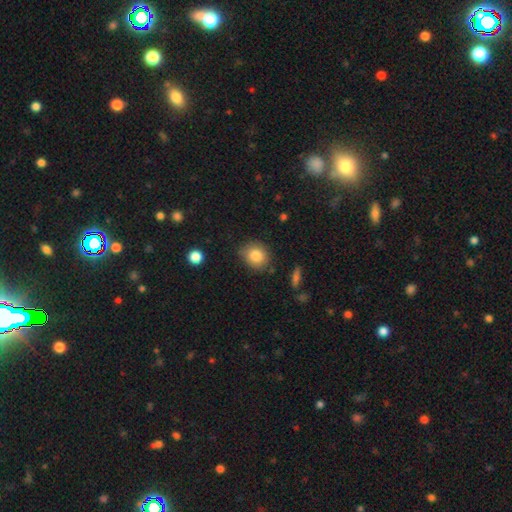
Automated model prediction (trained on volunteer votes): Q: Smooth or featured?
A: smooth (84%); runner-up: star or artifact (9%)
Q: How rounded?
A: round (74%); runner-up: in between (25%)
Q: Merging?
A: none (80%); runner-up: minor disturbance (15%)